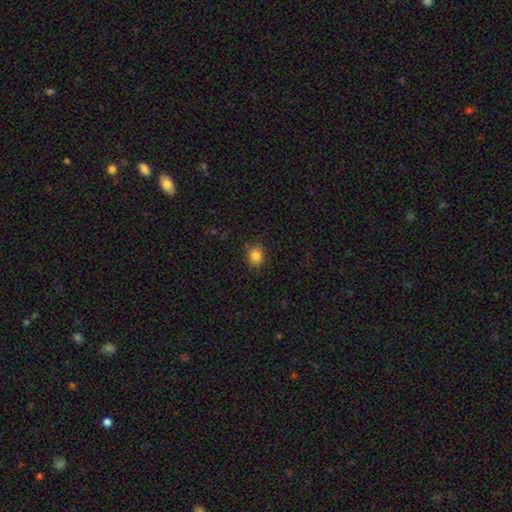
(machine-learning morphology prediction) The model was most divided on "how rounded": round: 69%, in between: 30%, cigar-shaped: 1%. More confident: merging — none (85%); smooth or featured — smooth (84%).